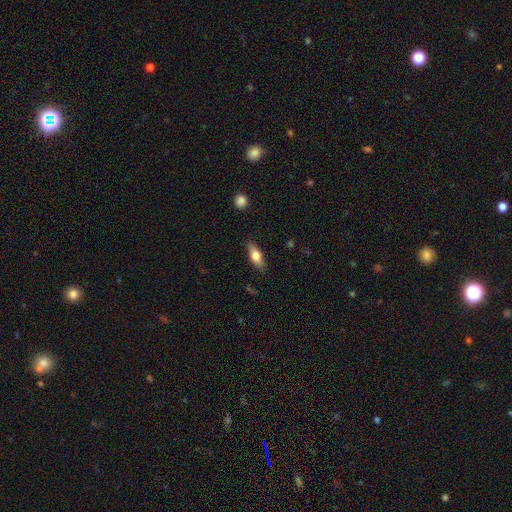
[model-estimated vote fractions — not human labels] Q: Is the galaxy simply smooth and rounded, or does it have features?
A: smooth — 65%.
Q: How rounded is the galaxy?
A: in between — 67%.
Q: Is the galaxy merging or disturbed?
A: none — 83%.